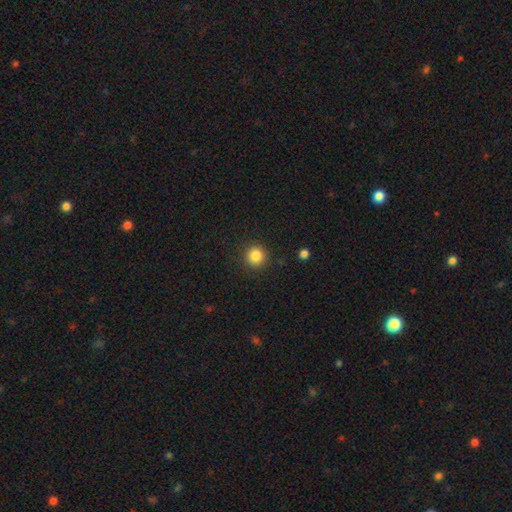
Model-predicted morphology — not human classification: A smooth galaxy with no disk features (85%) that is round (94%).

Vote fractions:
- Smooth or featured? smooth: 85% / star or artifact: 11% / featured or disk: 4%
- How rounded? round: 94% / in between: 5% / cigar-shaped: 1%
- Merging? none: 90% / minor disturbance: 6% / major disturbance: 2% / merger: 1%